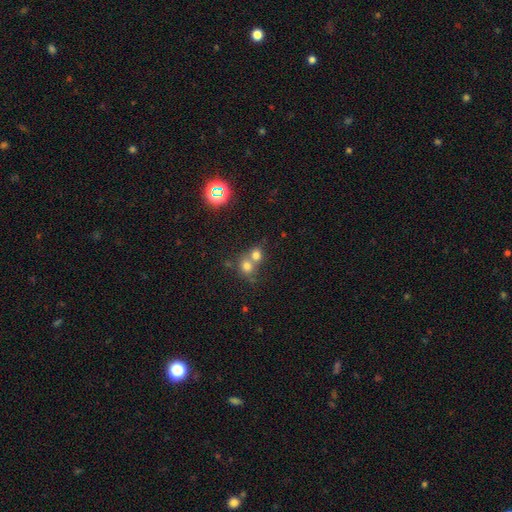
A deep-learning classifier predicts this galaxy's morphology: Smooth or featured? smooth (72%)
How rounded? round (75%)
Merging? merger (58%)